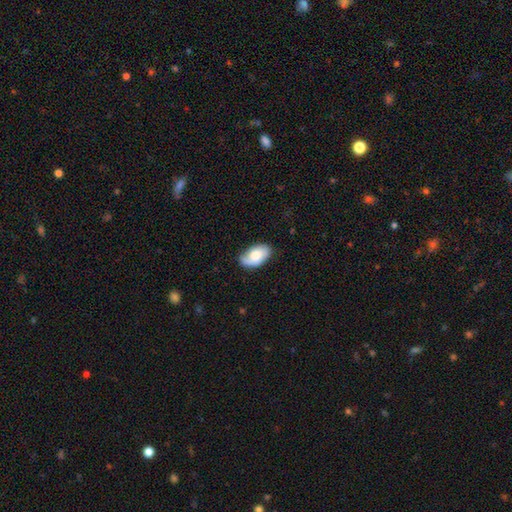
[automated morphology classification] The model was most divided on "smooth or featured": smooth: 64%, featured or disk: 30%, star or artifact: 6%. More confident: how rounded — in between (93%); merging — none (69%).